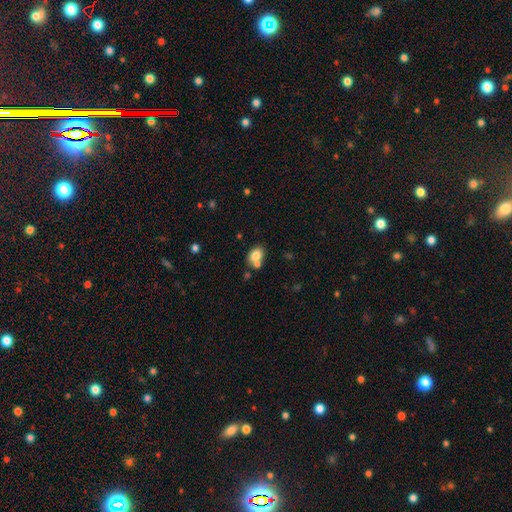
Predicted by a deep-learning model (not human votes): Smooth or featured?
  - smooth: 78% *
  - featured or disk: 12%
  - star or artifact: 10%
How rounded?
  - in between: 66% *
  - round: 33%
  - cigar-shaped: 1%
Merging?
  - none: 51% *
  - merger: 33%
  - minor disturbance: 12%
  - major disturbance: 4%